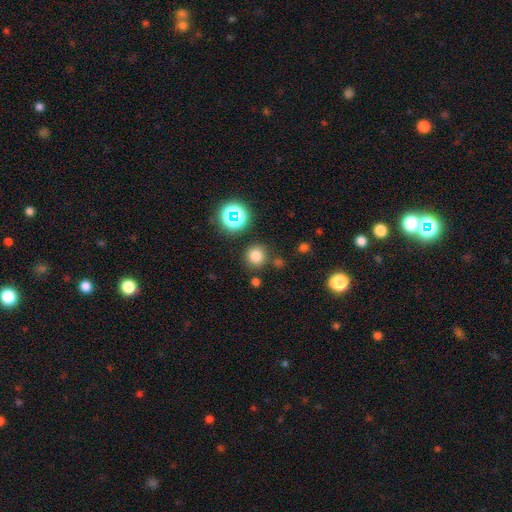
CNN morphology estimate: smooth_or_featured: smooth (p=0.75) [alt: star or artifact p=0.19]
how_rounded: round (p=0.91) [alt: in between p=0.08]
merging: none (p=0.83) [alt: minor disturbance p=0.08]